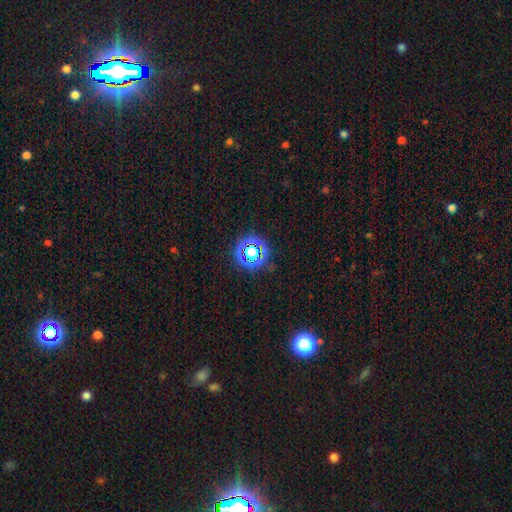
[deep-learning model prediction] This is likely a star or artifact rather than a galaxy (71%).